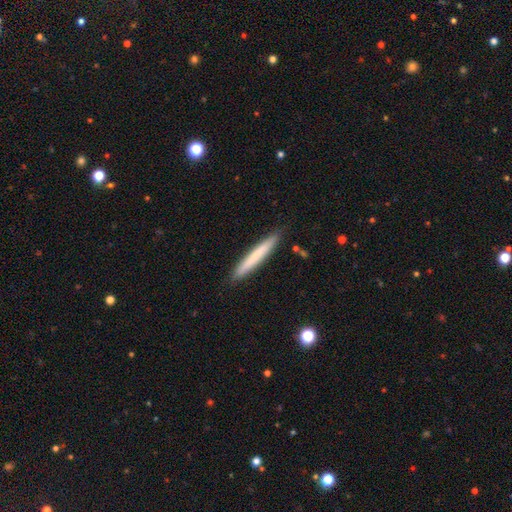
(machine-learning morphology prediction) smooth 70%, featured or disk 25%, star or artifact 6%. Down the decision tree: how rounded — cigar-shaped (96%); merging — none (90%).